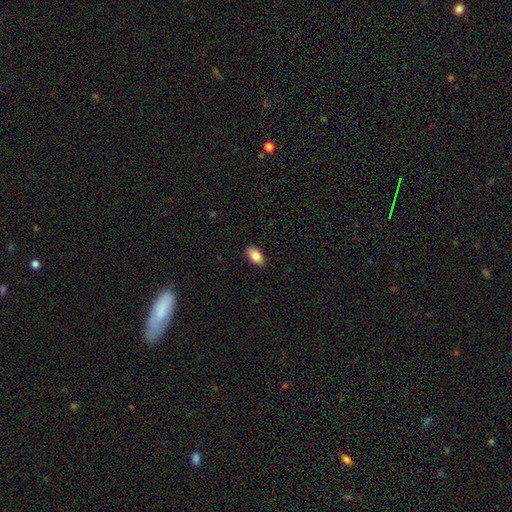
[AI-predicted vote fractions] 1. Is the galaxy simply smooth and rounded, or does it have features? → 85% smooth, 7% star or artifact, 7% featured or disk.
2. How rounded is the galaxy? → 91% in between, 6% round, 2% cigar-shaped.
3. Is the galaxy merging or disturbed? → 87% none, 10% minor disturbance, 2% major disturbance, 1% merger.